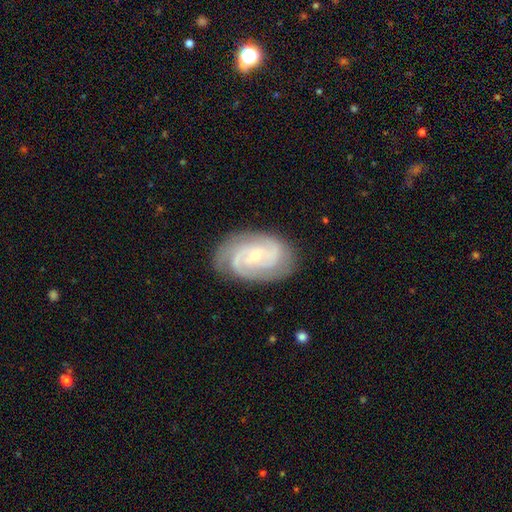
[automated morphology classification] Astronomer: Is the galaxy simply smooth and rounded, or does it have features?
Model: featured or disk — 87%.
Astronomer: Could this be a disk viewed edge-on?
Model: no — 97%.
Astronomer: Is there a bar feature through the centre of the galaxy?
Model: no — 48% (runner-up: weak, 40%).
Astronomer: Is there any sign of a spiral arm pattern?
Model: yes — 97%.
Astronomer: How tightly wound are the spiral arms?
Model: tight — 58% (runner-up: medium, 35%).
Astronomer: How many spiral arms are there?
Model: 2 — 49% (runner-up: 3, 25%).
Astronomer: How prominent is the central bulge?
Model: small — 71%.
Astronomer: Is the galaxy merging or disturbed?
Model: none — 78%.